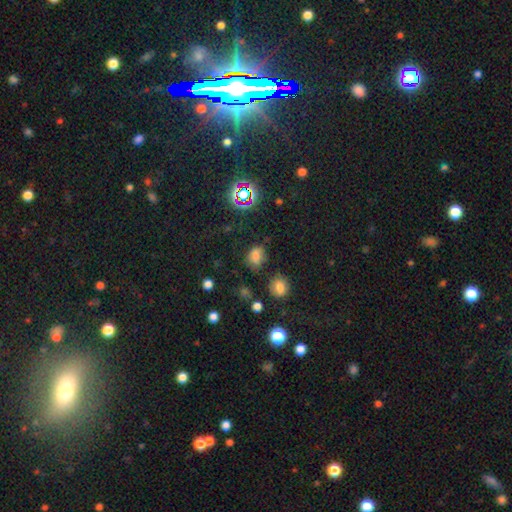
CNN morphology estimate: smooth-or-featured: smooth: 67% | star or artifact: 25% | featured or disk: 8%
  how-rounded: in between: 65% | round: 33% | cigar-shaped: 2%
  merging: none: 63% | minor disturbance: 22% | major disturbance: 9% | merger: 5%